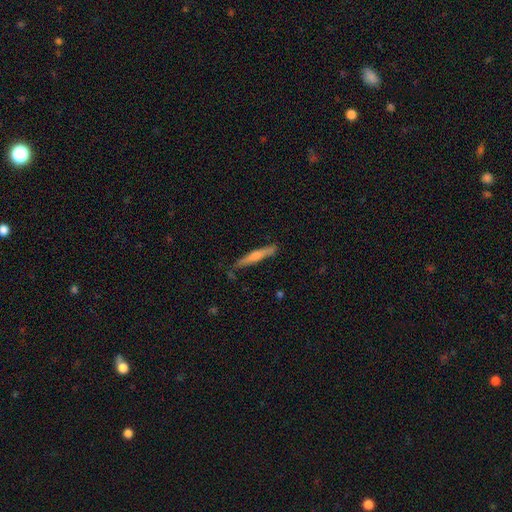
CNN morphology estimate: smooth_or_featured: featured or disk (p=0.58) [alt: smooth p=0.35]
disk_edge_on: yes (p=0.95) [alt: no p=0.05]
edge_on_bulge: rounded (p=0.67) [alt: none p=0.23]
merging: none (p=0.82) [alt: minor disturbance p=0.14]